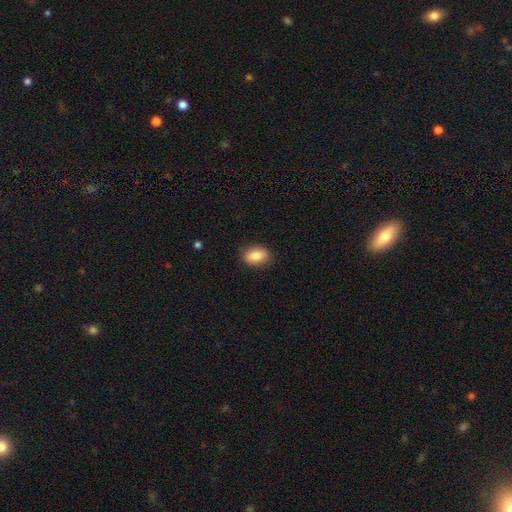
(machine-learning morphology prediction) Smooth or featured? Predicted: smooth (p=0.84). How rounded? Predicted: in between (p=0.82). Merging? Predicted: none (p=0.86).